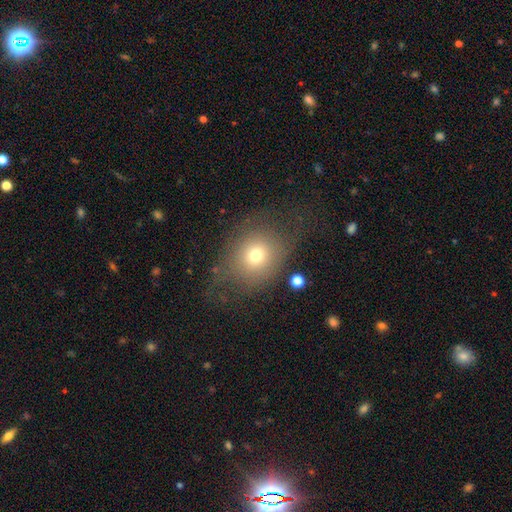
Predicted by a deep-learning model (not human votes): Overall: smooth (66%). How rounded: round (72%). Merging: none (55%; major disturbance 24%).